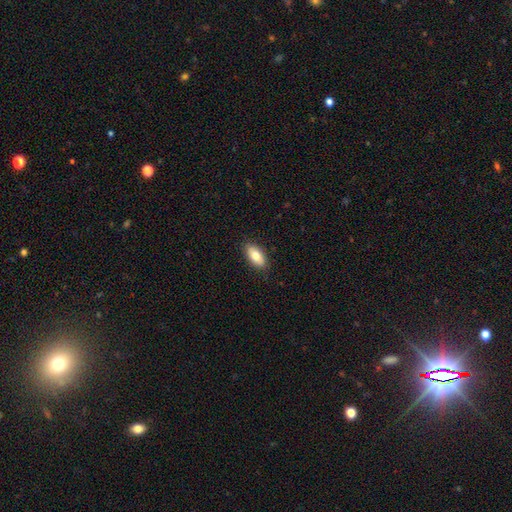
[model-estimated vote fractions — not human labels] smooth-or-featured: smooth: 77% | featured or disk: 16% | star or artifact: 7%
  how-rounded: in between: 90% | cigar-shaped: 7% | round: 3%
  merging: none: 88% | minor disturbance: 9% | major disturbance: 2% | merger: 1%